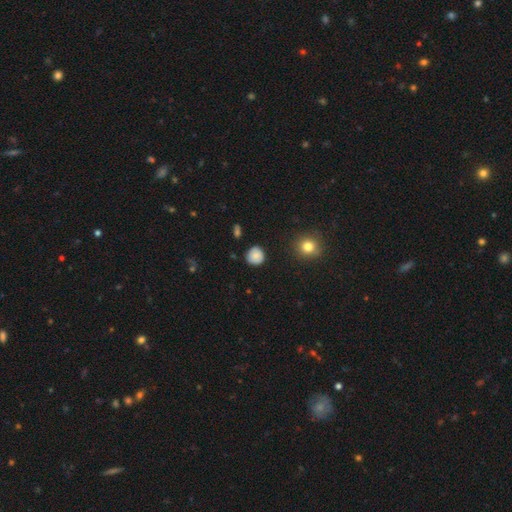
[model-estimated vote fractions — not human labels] Q: Smooth or featured?
A: smooth (81%); runner-up: star or artifact (9%)
Q: How rounded?
A: round (92%); runner-up: in between (8%)
Q: Merging?
A: none (85%); runner-up: minor disturbance (11%)